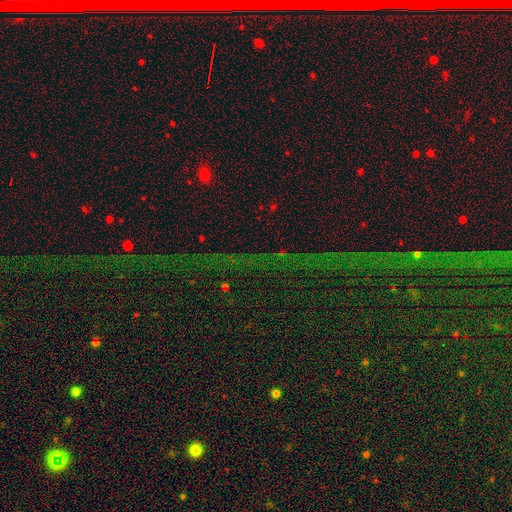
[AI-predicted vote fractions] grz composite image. It shows a star or artifact, not a galaxy (82%).